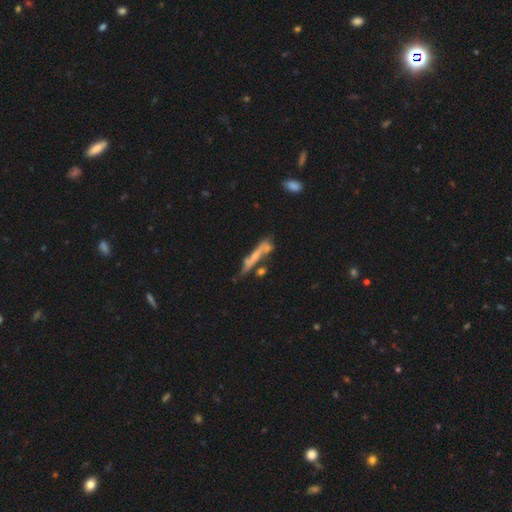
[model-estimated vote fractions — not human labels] Morphology: type=featured or disk (51%); edge-on=yes (66%); merging=none (42%).